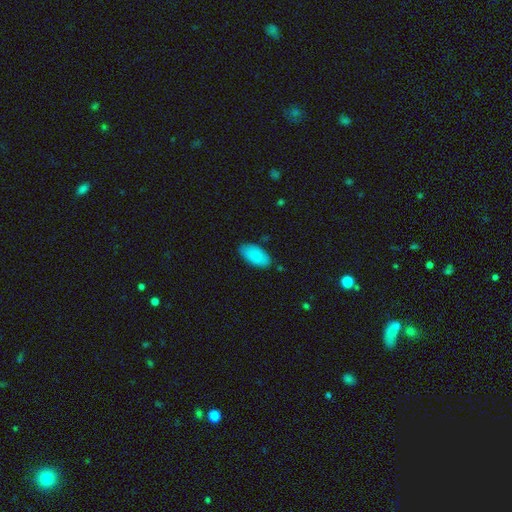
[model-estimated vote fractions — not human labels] Q: Smooth or featured?
A: smooth (89%); runner-up: star or artifact (6%)
Q: How rounded?
A: in between (94%); runner-up: cigar-shaped (4%)
Q: Merging?
A: none (83%); runner-up: minor disturbance (13%)